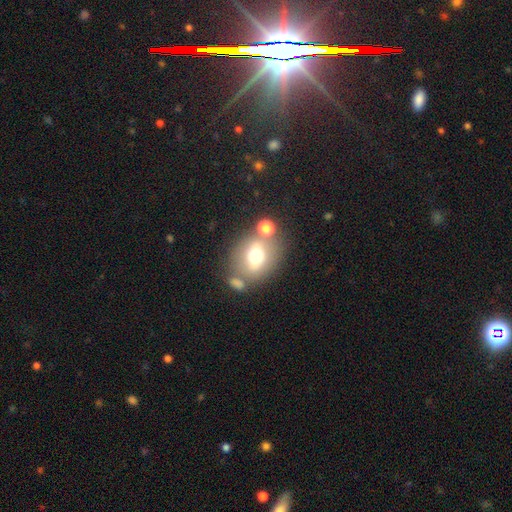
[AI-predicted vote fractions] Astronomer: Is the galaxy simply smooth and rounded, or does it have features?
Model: smooth — 62%.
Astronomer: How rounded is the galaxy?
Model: round — 56% (runner-up: in between, 42%).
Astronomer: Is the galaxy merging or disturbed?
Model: none — 62%.